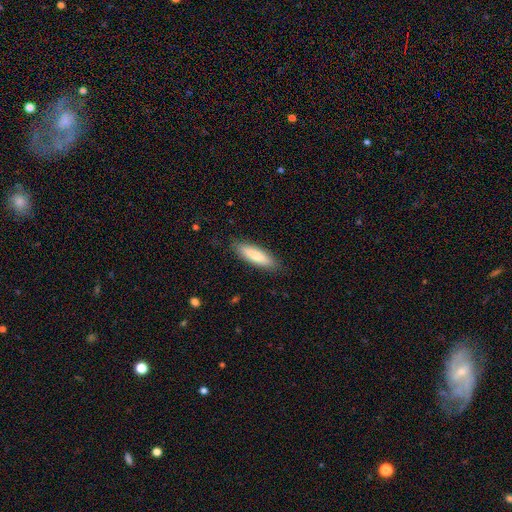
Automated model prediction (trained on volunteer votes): Smooth or featured? smooth (83%)
How rounded? cigar-shaped (64%)
Merging? none (86%)